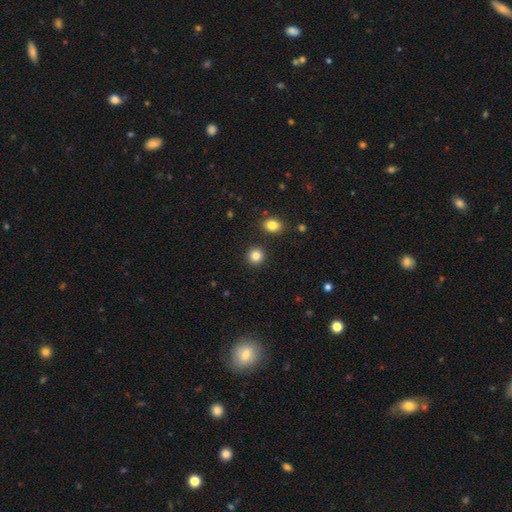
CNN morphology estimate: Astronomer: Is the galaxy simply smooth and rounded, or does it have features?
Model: smooth — 85%.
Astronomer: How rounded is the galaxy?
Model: round — 90%.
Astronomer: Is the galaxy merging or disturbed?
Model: none — 90%.